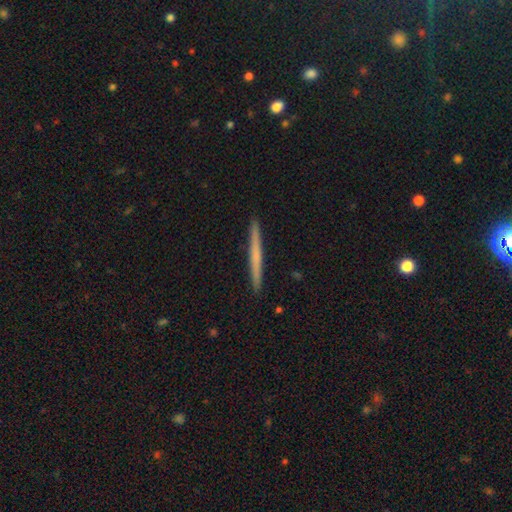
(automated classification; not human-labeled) This is possibly a smooth galaxy (52%). How rounded: clearly cigar-shaped (97%). Merging: clearly none (94%).